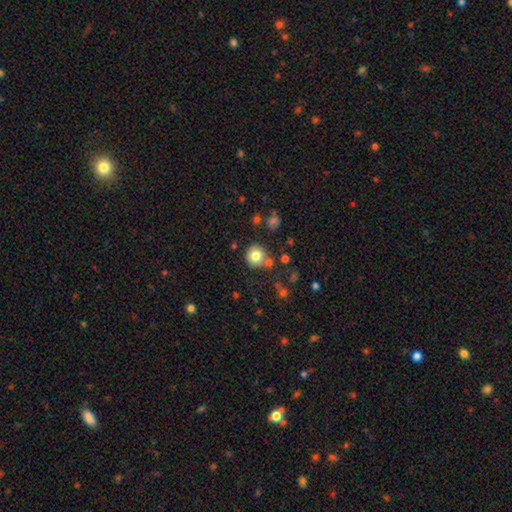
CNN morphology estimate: smooth 80%, star or artifact 11%, featured or disk 9%. Down the decision tree: how rounded — round (92%); merging — none (77%).